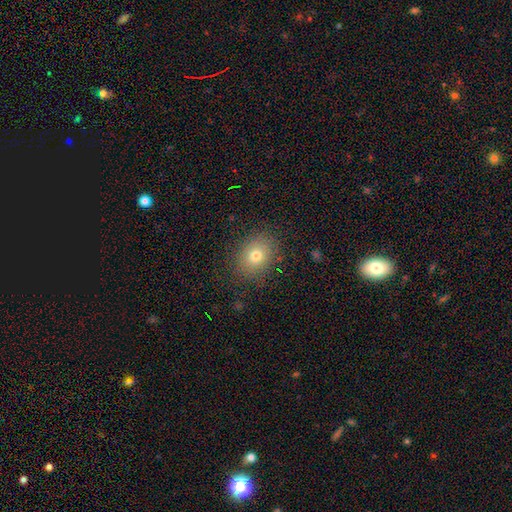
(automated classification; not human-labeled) This is likely a smooth galaxy (76%). How rounded: possibly round (52%). Merging: clearly none (85%).